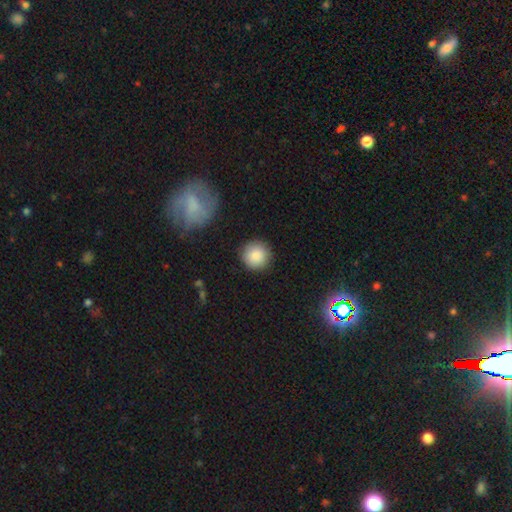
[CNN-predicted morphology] smooth_or_featured: smooth (p=0.88) [alt: star or artifact p=0.07]
how_rounded: round (p=0.95) [alt: in between p=0.04]
merging: none (p=0.90) [alt: minor disturbance p=0.07]